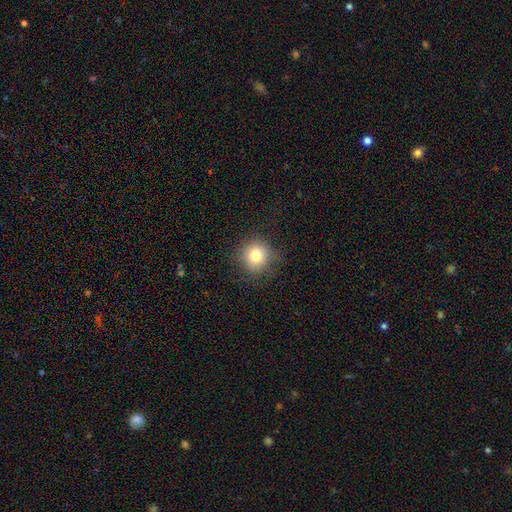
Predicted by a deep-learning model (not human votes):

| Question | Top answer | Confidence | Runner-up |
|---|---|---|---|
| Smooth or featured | smooth | 79% | star or artifact (12%) |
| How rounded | round | 91% | in between (8%) |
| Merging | none | 83% | minor disturbance (12%) |